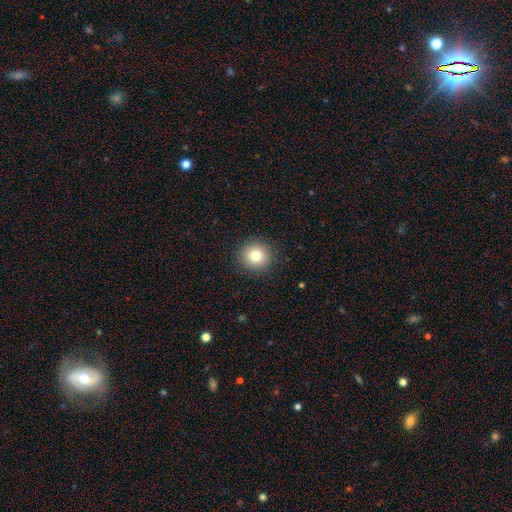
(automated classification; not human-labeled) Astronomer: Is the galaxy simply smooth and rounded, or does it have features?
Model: smooth — 81%.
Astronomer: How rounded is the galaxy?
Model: round — 93%.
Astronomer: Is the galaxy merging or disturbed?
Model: none — 91%.